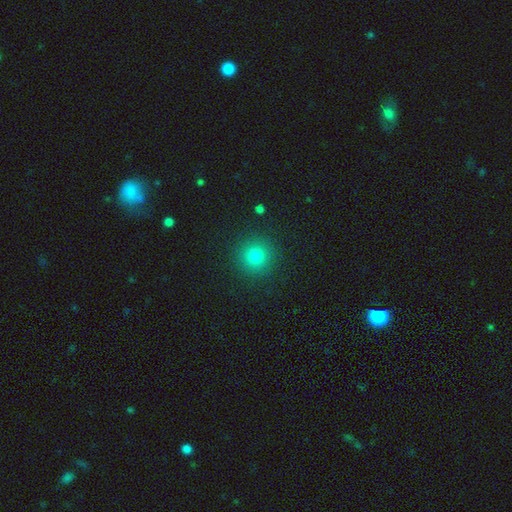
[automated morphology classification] This appears to be a smooth galaxy with no disk features (80%) that is round (94%). Merging: none (90%).